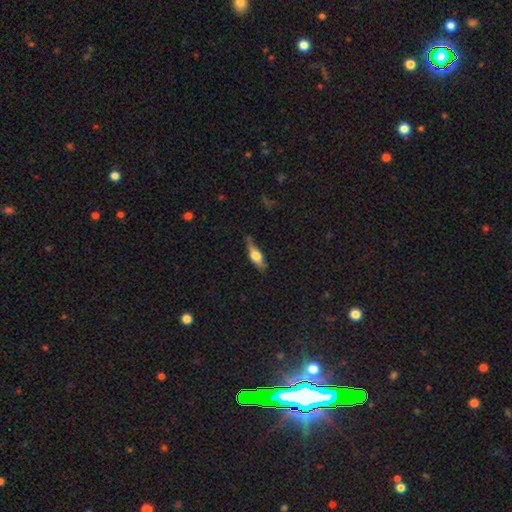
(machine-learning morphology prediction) featured or disk 47%, smooth 46%, star or artifact 7%. Down the decision tree: merging — none (72%).